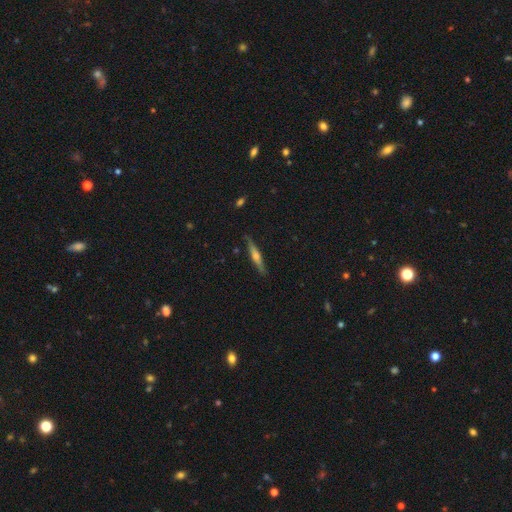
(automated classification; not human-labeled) Smooth or featured? featured or disk (66%)
Edge-on disk? yes (97%)
Edge-on bulge? rounded (80%)
Merging? none (89%)